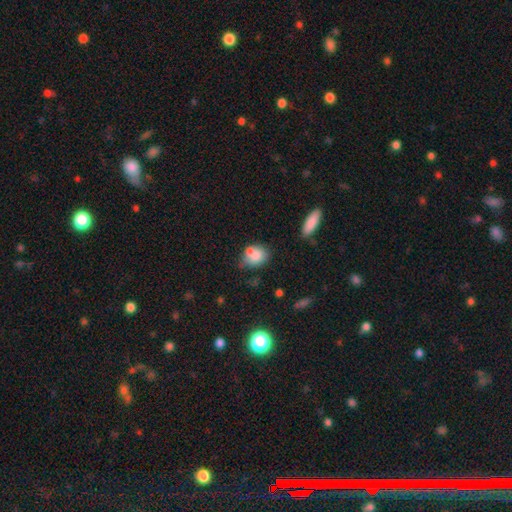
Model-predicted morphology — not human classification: Smooth or featured: smooth — 76% (featured or disk — 14%)
How rounded: in between — 51% (round — 48%)
Merging: none — 40% (merger — 32%)